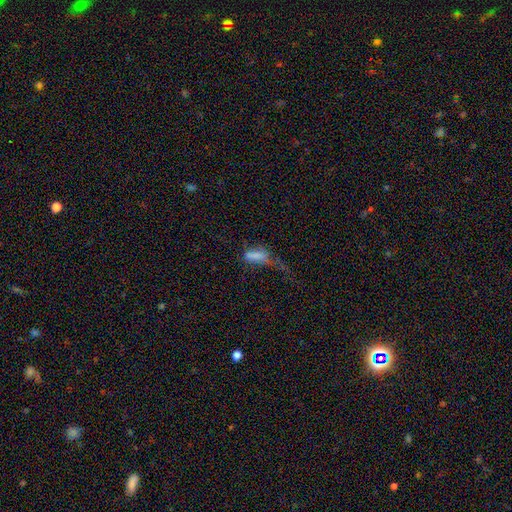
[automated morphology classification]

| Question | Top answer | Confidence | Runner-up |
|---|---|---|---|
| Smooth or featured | smooth | 66% | featured or disk (21%) |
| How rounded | in between | 67% | cigar-shaped (28%) |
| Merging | major disturbance | 55% | none (18%) |